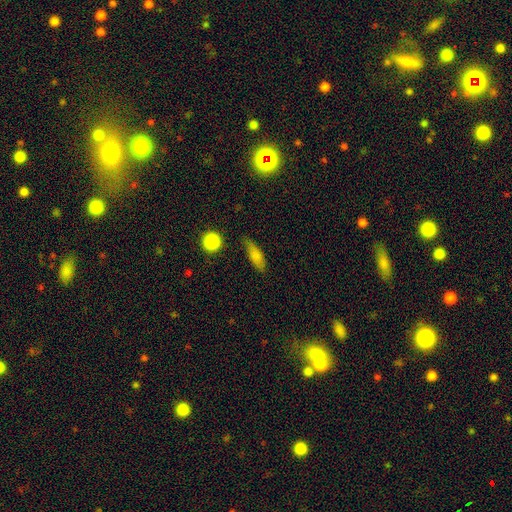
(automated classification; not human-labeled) smooth-or-featured: smooth: 77% | featured or disk: 13% | star or artifact: 10%
  how-rounded: in between: 54% | cigar-shaped: 42% | round: 5%
  merging: none: 69% | minor disturbance: 23% | major disturbance: 5% | merger: 3%